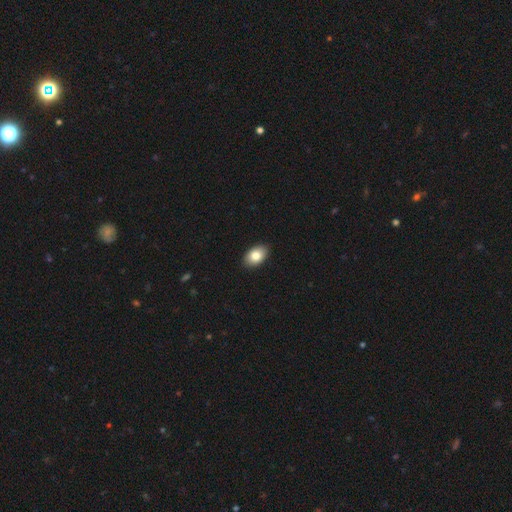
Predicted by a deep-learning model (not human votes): Smooth or featured? Predicted: smooth (p=0.82). How rounded? Predicted: in between (p=0.90). Merging? Predicted: none (p=0.90).